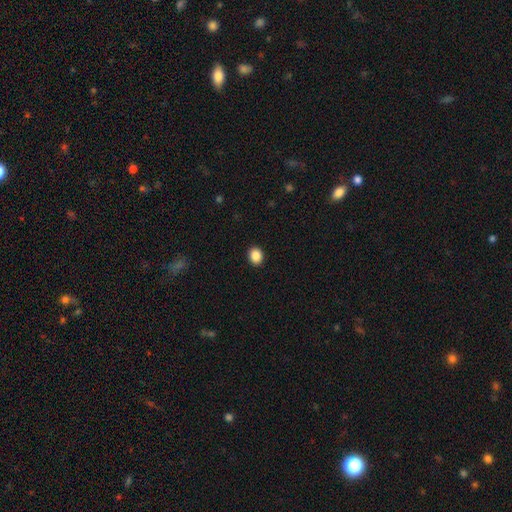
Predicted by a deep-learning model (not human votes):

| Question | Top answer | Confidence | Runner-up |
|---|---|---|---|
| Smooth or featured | smooth | 88% | star or artifact (9%) |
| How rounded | round | 59% | in between (41%) |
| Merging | none | 92% | minor disturbance (6%) |